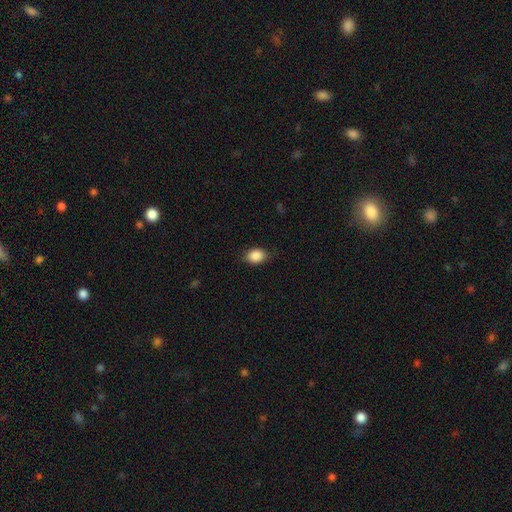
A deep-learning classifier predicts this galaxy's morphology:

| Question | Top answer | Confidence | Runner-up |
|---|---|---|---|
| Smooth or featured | smooth | 89% | star or artifact (8%) |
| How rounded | in between | 73% | round (26%) |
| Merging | none | 81% | minor disturbance (15%) |